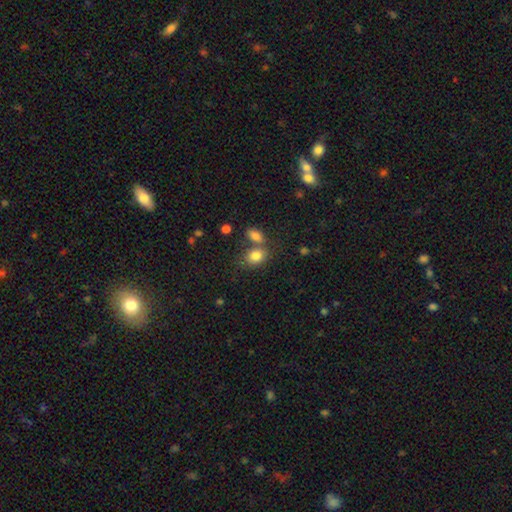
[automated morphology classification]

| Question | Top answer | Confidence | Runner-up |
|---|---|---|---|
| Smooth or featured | smooth | 82% | star or artifact (10%) |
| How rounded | in between | 66% | round (32%) |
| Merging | none | 48% | merger (35%) |